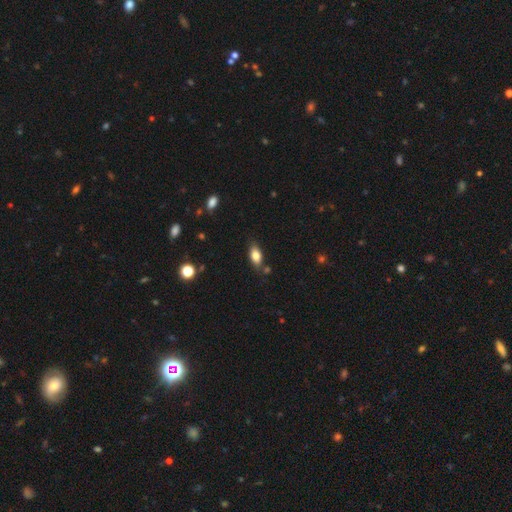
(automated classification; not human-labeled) Smooth or featured? Predicted: smooth (p=0.80). How rounded? Predicted: in between (p=0.87). Merging? Predicted: none (p=0.78).